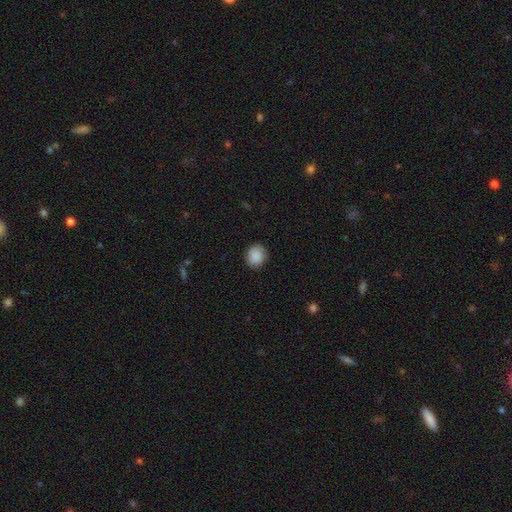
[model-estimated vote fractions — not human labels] smooth_or_featured: smooth (p=0.89) [alt: star or artifact p=0.07]
how_rounded: round (p=0.76) [alt: in between p=0.23]
merging: none (p=0.87) [alt: minor disturbance p=0.09]